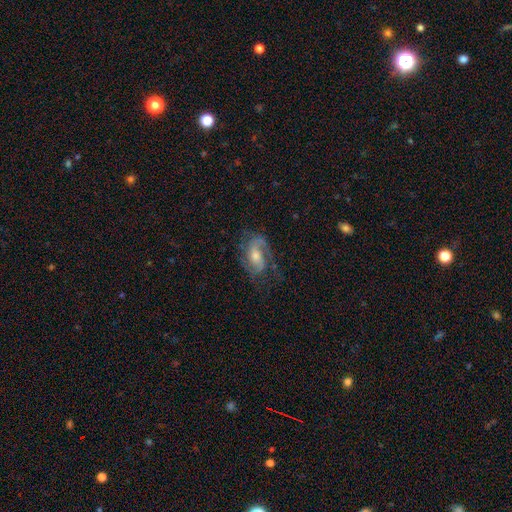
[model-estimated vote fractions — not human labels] Q: Smooth or featured?
A: featured or disk (81%); runner-up: smooth (12%)
Q: Edge-on disk?
A: no (96%); runner-up: yes (4%)
Q: Bar?
A: no (47%); runner-up: weak (41%)
Q: Spiral arms?
A: yes (95%); runner-up: no (5%)
Q: Spiral winding?
A: medium (50%); runner-up: tight (28%)
Q: Spiral arm count?
A: 2 (76%); runner-up: can't tell (8%)
Q: Bulge size?
A: moderate (56%); runner-up: small (32%)
Q: Merging?
A: none (67%); runner-up: minor disturbance (19%)